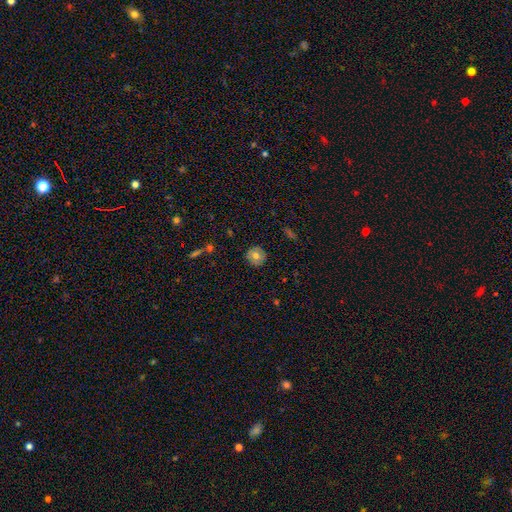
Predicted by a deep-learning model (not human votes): Q: Smooth or featured?
A: smooth (68%); runner-up: featured or disk (22%)
Q: How rounded?
A: round (92%); runner-up: in between (7%)
Q: Merging?
A: none (87%); runner-up: minor disturbance (10%)